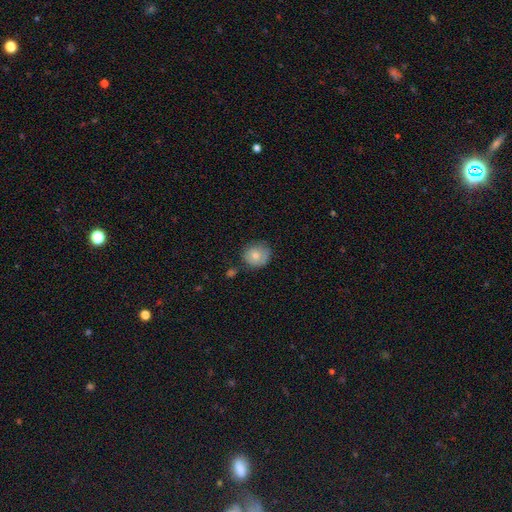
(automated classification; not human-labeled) A smooth galaxy with no disk features (77%) that is round (83%). Merging: none (68%).